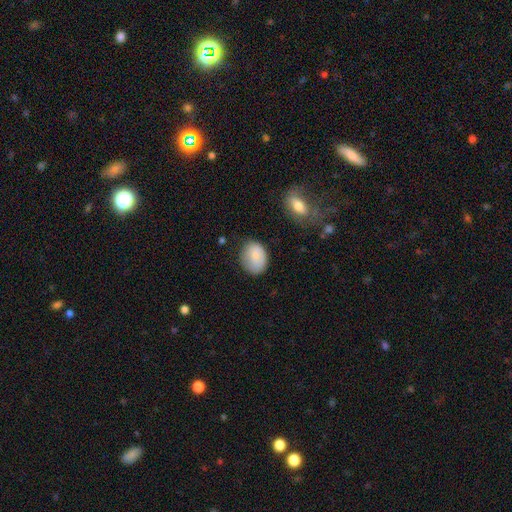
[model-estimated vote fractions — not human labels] This appears to be a smooth galaxy with no disk features (81%) that is in between round and cigar-shaped (65%). Merging: none (64%).